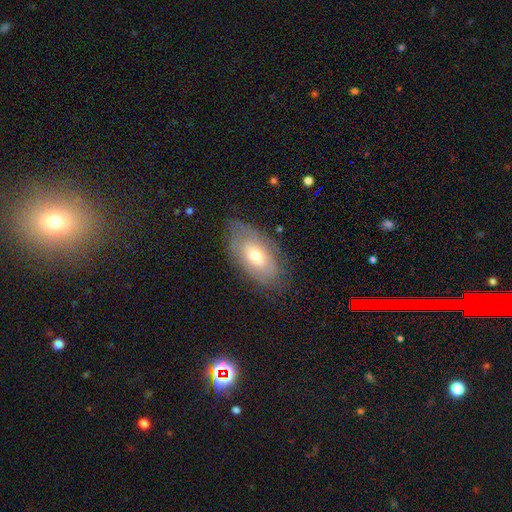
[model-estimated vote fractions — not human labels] Smooth or featured? featured or disk (47%)
Merging? none (73%)